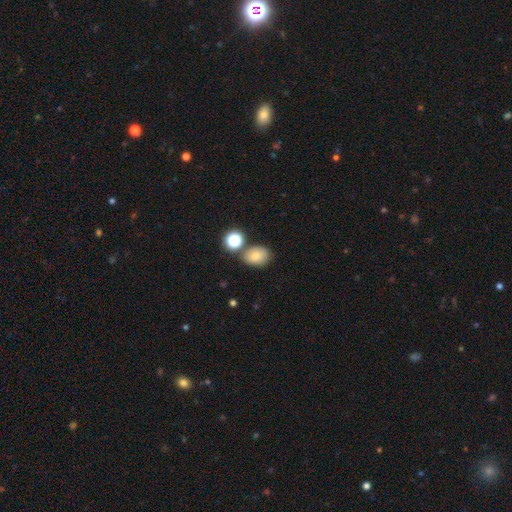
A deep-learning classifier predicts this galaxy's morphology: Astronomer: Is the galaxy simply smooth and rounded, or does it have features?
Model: smooth — 75%.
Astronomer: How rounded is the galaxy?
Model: in between — 65%.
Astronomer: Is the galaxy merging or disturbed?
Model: none — 66%.